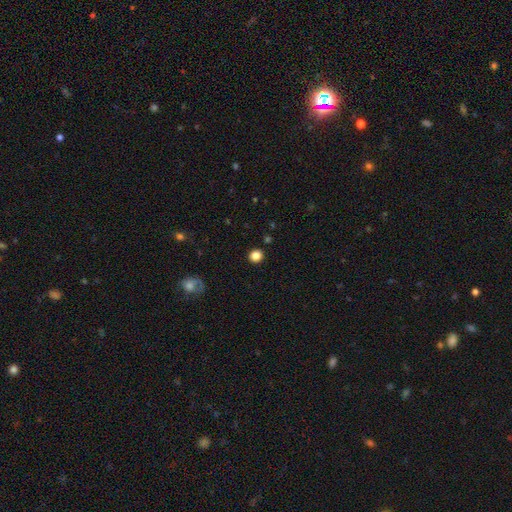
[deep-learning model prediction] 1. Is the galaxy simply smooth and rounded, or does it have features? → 85% smooth, 11% star or artifact, 4% featured or disk.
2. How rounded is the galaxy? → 88% round, 11% in between, 1% cigar-shaped.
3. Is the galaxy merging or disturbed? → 91% none, 5% minor disturbance, 2% major disturbance, 1% merger.